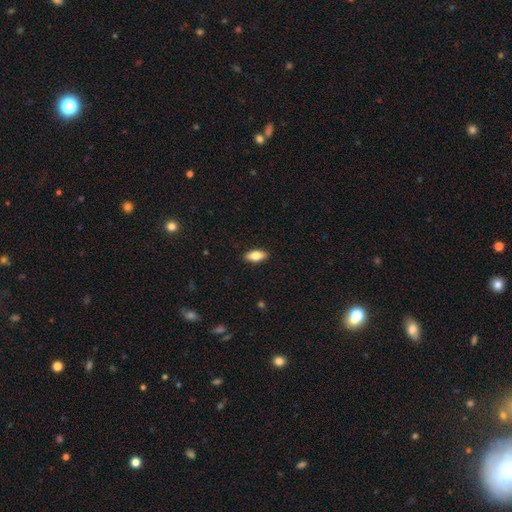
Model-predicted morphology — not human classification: This is likely a smooth galaxy (78%). How rounded: clearly in between (86%). Merging: clearly none (90%).